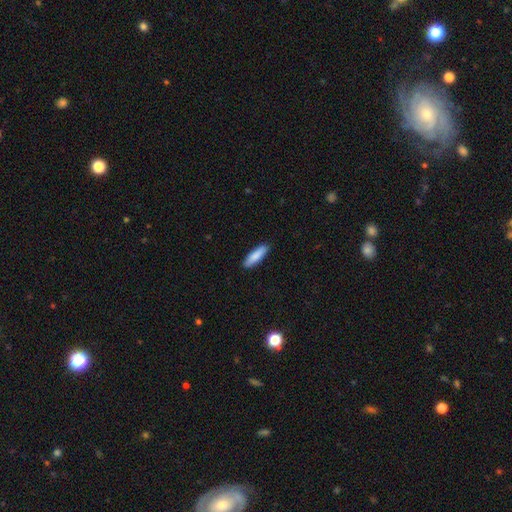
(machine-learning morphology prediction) Smooth or featured? Predicted: smooth (p=0.85). How rounded? Predicted: cigar-shaped (p=0.65). Merging? Predicted: none (p=0.90).